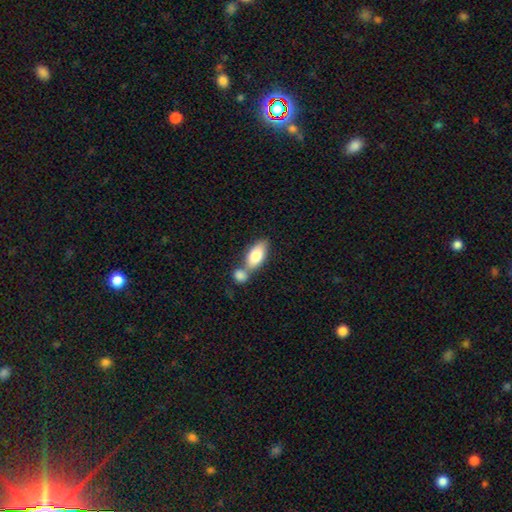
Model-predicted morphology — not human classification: type=smooth (79%); roundness=in between (89%); merging=merger (49%).